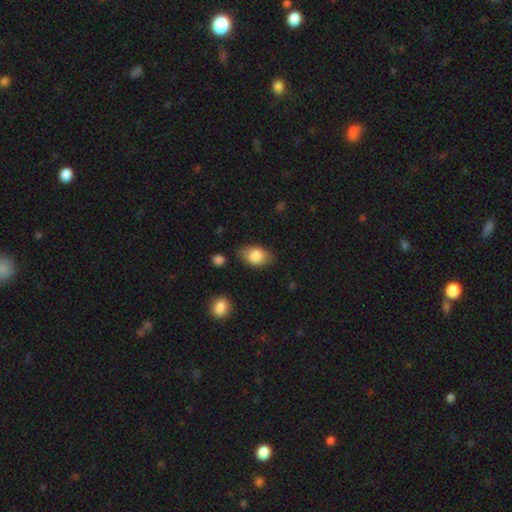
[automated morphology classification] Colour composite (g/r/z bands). It shows a smooth galaxy with no disk features (82%) that is in between round and cigar-shaped (87%). Merging: none (76%).